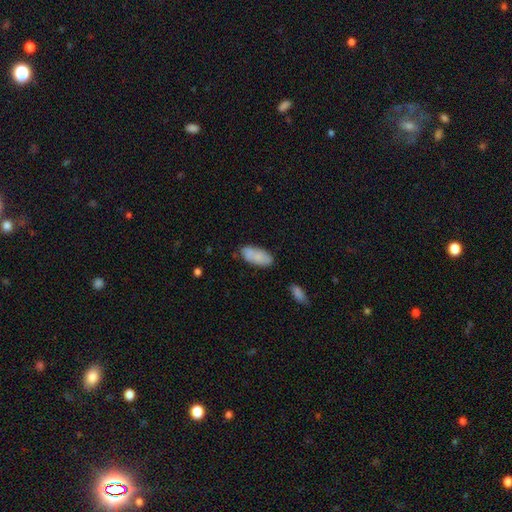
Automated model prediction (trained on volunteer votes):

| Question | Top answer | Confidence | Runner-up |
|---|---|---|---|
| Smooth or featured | smooth | 83% | featured or disk (10%) |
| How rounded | in between | 89% | cigar-shaped (9%) |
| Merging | none | 72% | minor disturbance (19%) |